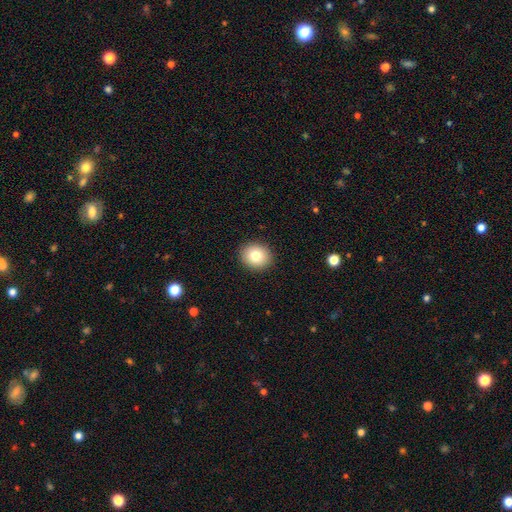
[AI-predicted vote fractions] Smooth or featured? Predicted: smooth (p=0.80). How rounded? Predicted: round (p=0.74). Merging? Predicted: none (p=0.91).